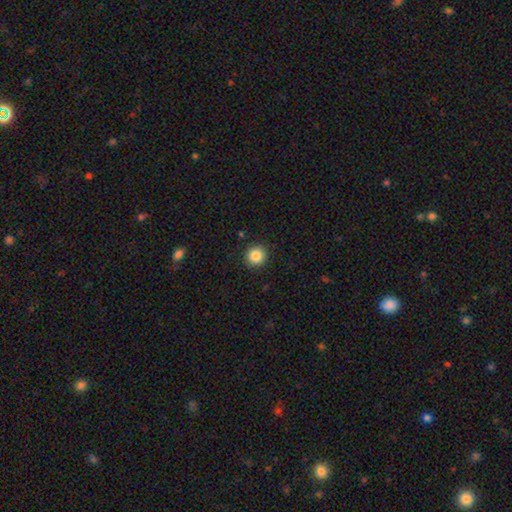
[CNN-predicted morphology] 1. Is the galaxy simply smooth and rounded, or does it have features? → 86% smooth, 10% star or artifact, 4% featured or disk.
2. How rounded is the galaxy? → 93% round, 6% in between, 1% cigar-shaped.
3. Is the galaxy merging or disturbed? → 91% none, 6% minor disturbance, 2% major disturbance, 1% merger.